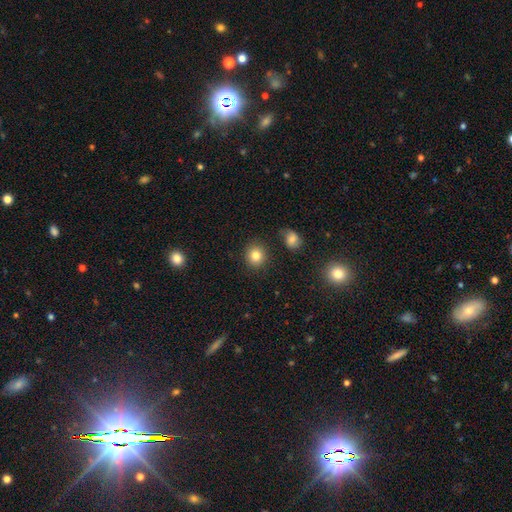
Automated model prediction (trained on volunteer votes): Q: Smooth or featured?
A: smooth (83%); runner-up: star or artifact (11%)
Q: How rounded?
A: round (85%); runner-up: in between (14%)
Q: Merging?
A: none (87%); runner-up: minor disturbance (8%)